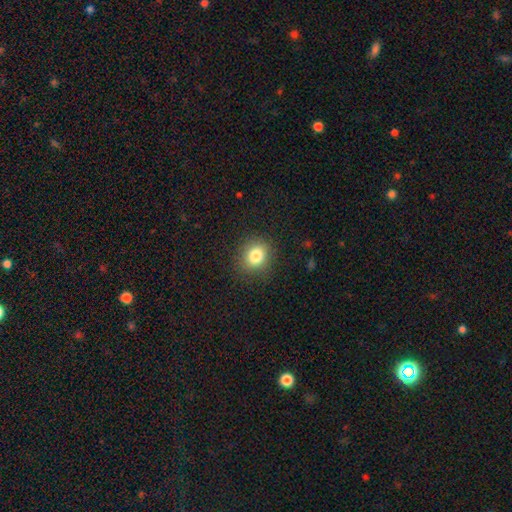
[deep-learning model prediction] smooth-or-featured: smooth: 82% | star or artifact: 11% | featured or disk: 7%
  how-rounded: round: 68% | in between: 31% | cigar-shaped: 1%
  merging: none: 86% | minor disturbance: 10% | major disturbance: 3% | merger: 1%